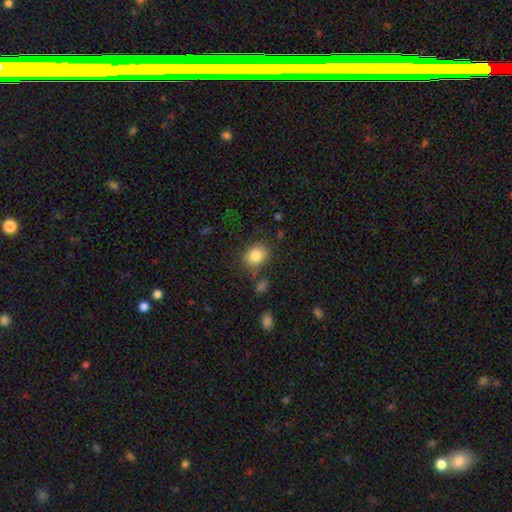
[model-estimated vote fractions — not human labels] Smooth or featured: smooth — 84% (star or artifact — 9%)
How rounded: in between — 54% (round — 45%)
Merging: none — 74% (minor disturbance — 16%)